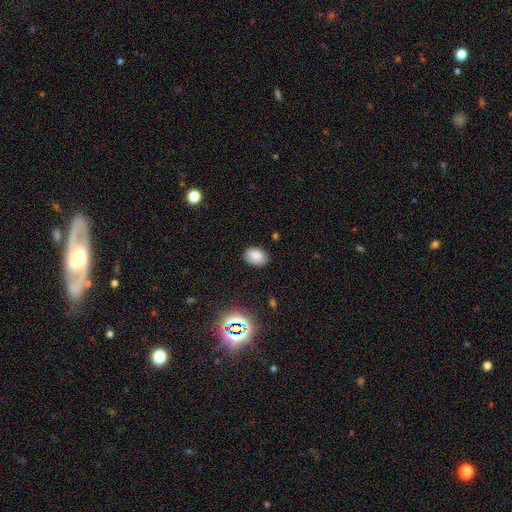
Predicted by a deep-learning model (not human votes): smooth-or-featured: smooth: 83% | star or artifact: 12% | featured or disk: 6%
  how-rounded: in between: 73% | round: 26% | cigar-shaped: 1%
  merging: none: 83% | minor disturbance: 13% | major disturbance: 3% | merger: 1%